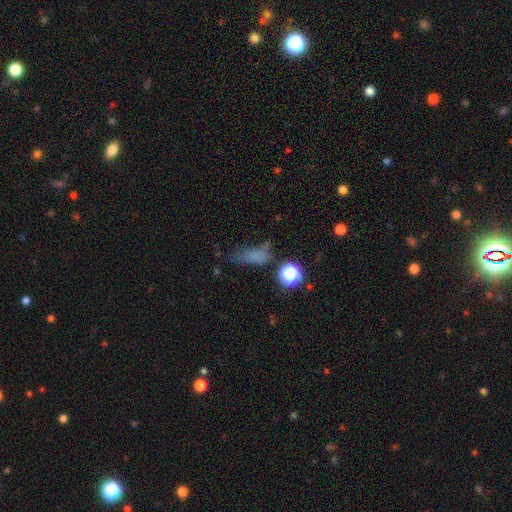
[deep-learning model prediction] Smooth or featured?
  - smooth: 62% *
  - star or artifact: 22%
  - featured or disk: 16%
How rounded?
  - in between: 60% *
  - cigar-shaped: 24%
  - round: 16%
Merging?
  - none: 42% *
  - minor disturbance: 28%
  - major disturbance: 22%
  - merger: 7%